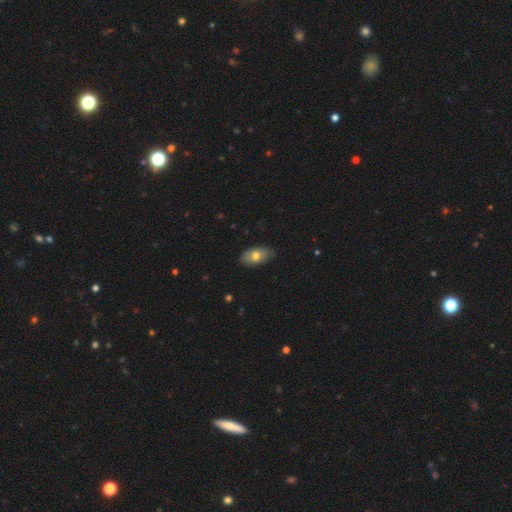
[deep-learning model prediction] A smooth galaxy with no disk features (69%) that is in between round and cigar-shaped (91%).

Vote fractions:
- Smooth or featured? smooth: 69% / featured or disk: 24% / star or artifact: 7%
- How rounded? in between: 91% / round: 5% / cigar-shaped: 4%
- Merging? none: 85% / minor disturbance: 12% / major disturbance: 2% / merger: 1%